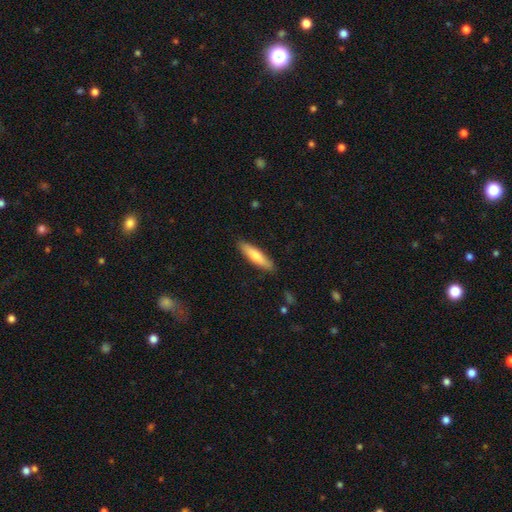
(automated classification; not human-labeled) A smooth galaxy with no disk features (70%) that is cigar-shaped (75%). Merging: none (88%).